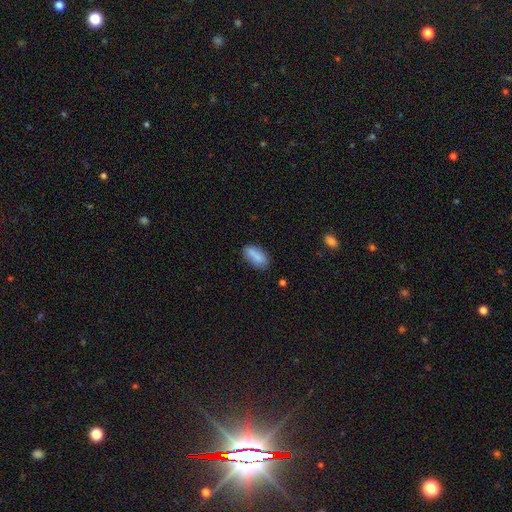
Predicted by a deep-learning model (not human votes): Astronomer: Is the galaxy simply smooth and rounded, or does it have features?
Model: smooth — 82%.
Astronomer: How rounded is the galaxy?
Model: in between — 83%.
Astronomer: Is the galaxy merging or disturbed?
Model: none — 72%.